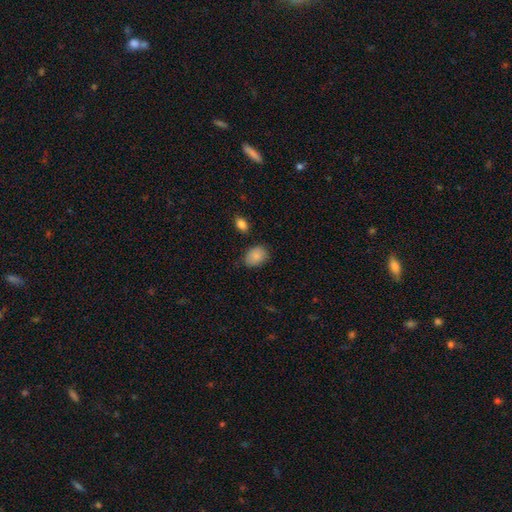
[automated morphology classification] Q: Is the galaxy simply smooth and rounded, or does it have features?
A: smooth — 87%.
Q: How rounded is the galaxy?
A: in between — 75%.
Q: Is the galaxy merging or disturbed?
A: none — 74%.